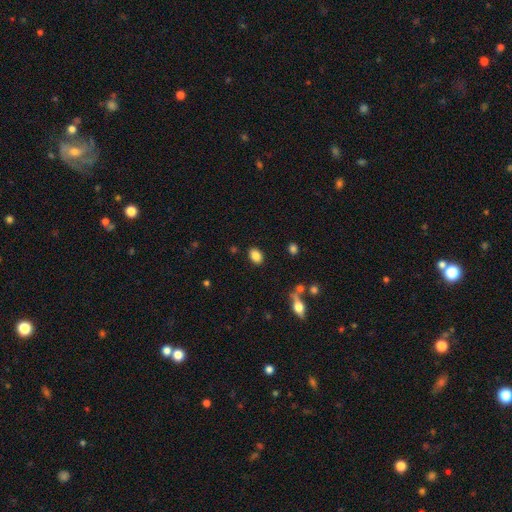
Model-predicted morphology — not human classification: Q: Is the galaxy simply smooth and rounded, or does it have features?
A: smooth — 86%.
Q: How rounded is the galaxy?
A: in between — 78%.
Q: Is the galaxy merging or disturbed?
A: none — 86%.